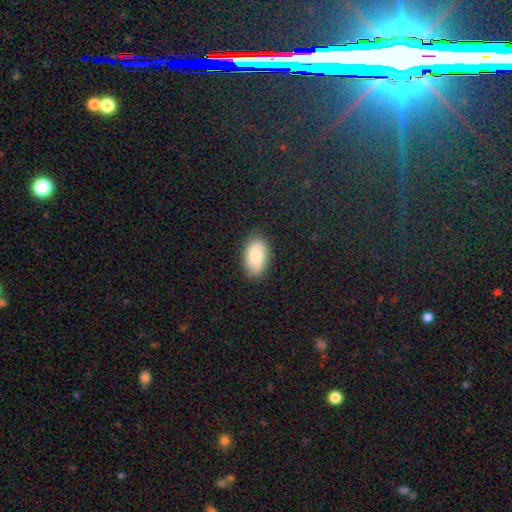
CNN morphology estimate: Smooth or featured: smooth — 75% (featured or disk — 17%)
How rounded: in between — 92% (round — 6%)
Merging: none — 82% (minor disturbance — 14%)